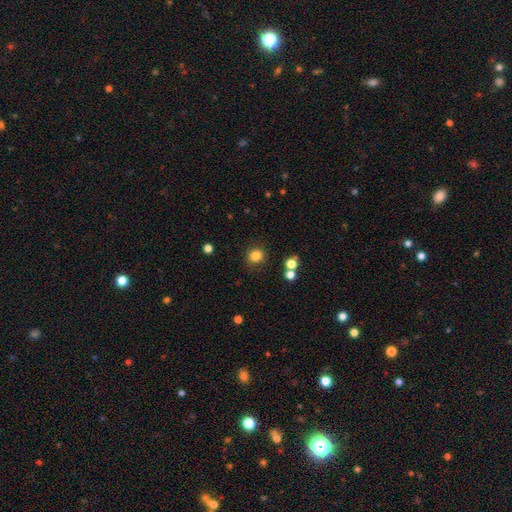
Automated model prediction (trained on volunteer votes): smooth 82%, star or artifact 13%, featured or disk 5%. Down the decision tree: how rounded — round (86%); merging — none (86%).